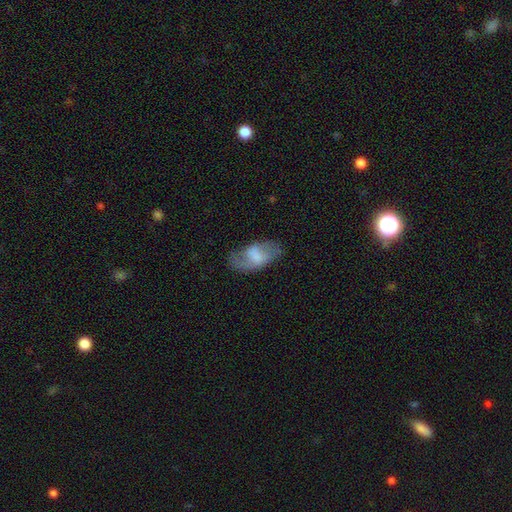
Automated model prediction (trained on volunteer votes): Smooth or featured? Predicted: smooth (p=0.49). Merging? Predicted: none (p=0.61).